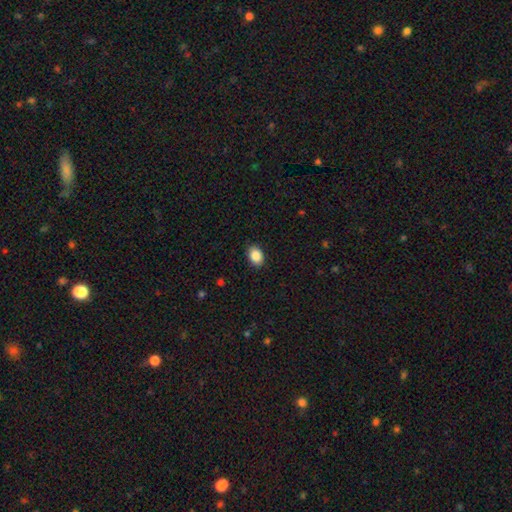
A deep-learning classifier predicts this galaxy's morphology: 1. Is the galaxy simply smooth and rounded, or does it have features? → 88% smooth, 8% star or artifact, 4% featured or disk.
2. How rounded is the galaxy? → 77% in between, 22% round, 1% cigar-shaped.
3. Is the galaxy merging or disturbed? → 89% none, 8% minor disturbance, 2% major disturbance, 1% merger.